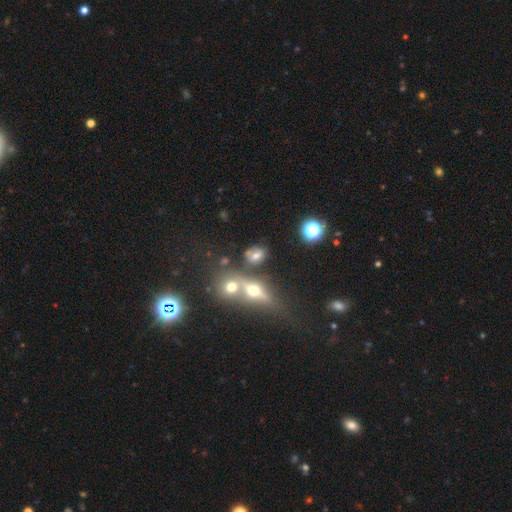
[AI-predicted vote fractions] Smooth or featured?
  - smooth: 58% *
  - featured or disk: 22%
  - star or artifact: 20%
How rounded?
  - in between: 50% *
  - round: 45%
  - cigar-shaped: 5%
Merging?
  - none: 64% *
  - merger: 17%
  - minor disturbance: 13%
  - major disturbance: 6%